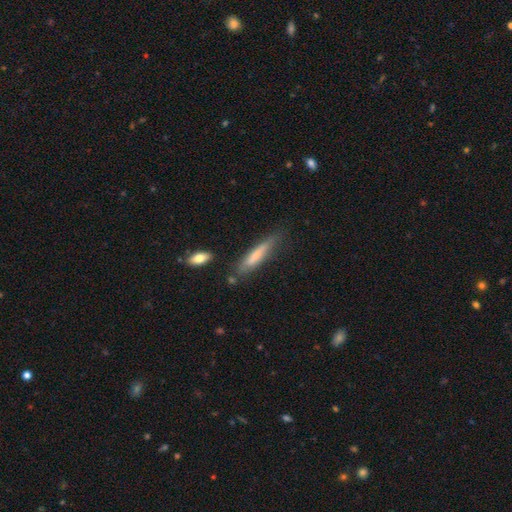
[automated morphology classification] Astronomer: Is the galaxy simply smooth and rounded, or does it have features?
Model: smooth — 65%.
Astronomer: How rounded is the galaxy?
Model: cigar-shaped — 86%.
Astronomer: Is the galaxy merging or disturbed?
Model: none — 66%.